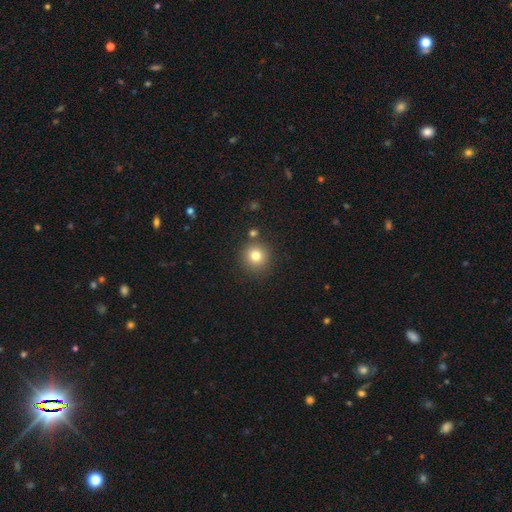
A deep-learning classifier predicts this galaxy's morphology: This is likely a smooth galaxy (79%). How rounded: clearly round (93%). Merging: clearly none (84%).